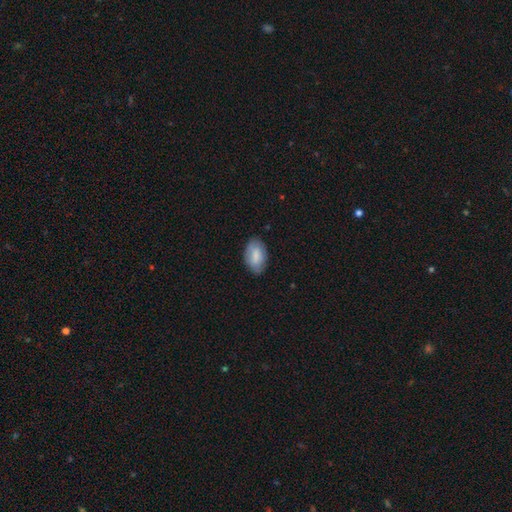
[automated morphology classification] A smooth galaxy with no disk features (81%) that is in between round and cigar-shaped (93%). Merging: none (78%).